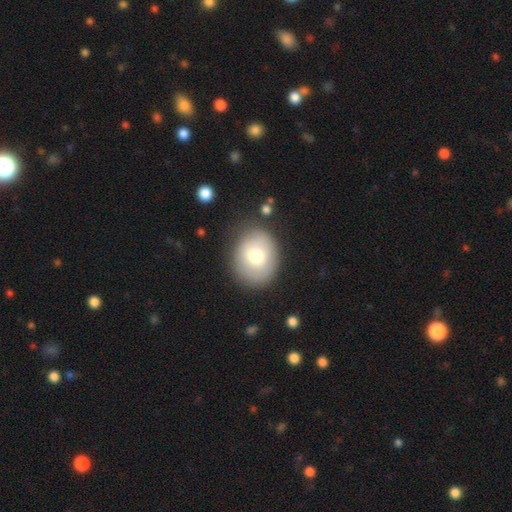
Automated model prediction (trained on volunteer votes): The model was most divided on "how rounded": round: 56%, in between: 44%, cigar-shaped: 1%. More confident: merging — none (79%); smooth or featured — smooth (73%).